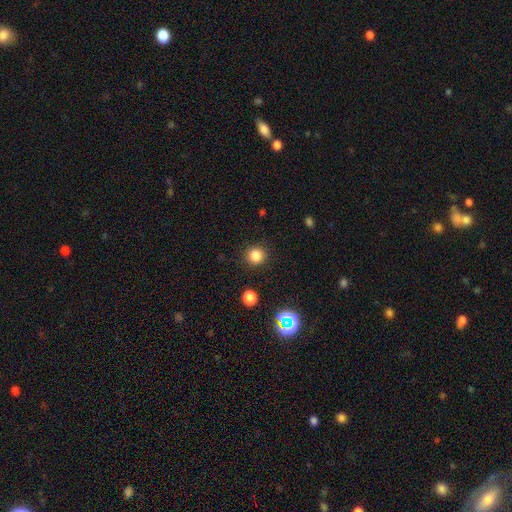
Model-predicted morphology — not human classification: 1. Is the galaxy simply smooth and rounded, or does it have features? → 82% smooth, 14% star or artifact, 5% featured or disk.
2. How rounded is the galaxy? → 93% round, 6% in between, 1% cigar-shaped.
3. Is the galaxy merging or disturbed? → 90% none, 6% minor disturbance, 2% major disturbance, 1% merger.